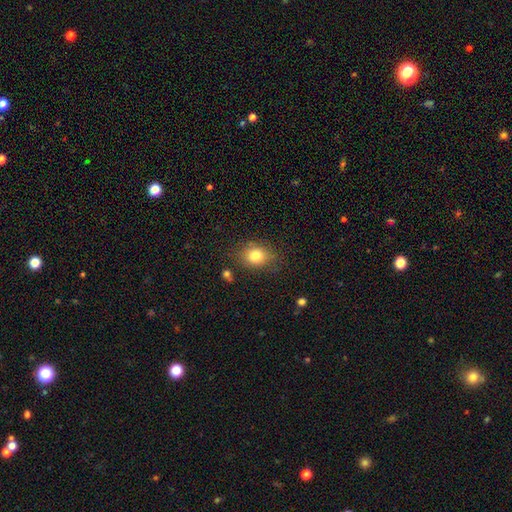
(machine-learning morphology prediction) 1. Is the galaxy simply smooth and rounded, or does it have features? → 80% smooth, 11% star or artifact, 9% featured or disk.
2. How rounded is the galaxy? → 54% round, 45% in between, 1% cigar-shaped.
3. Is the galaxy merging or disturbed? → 76% none, 16% minor disturbance, 5% major disturbance, 3% merger.